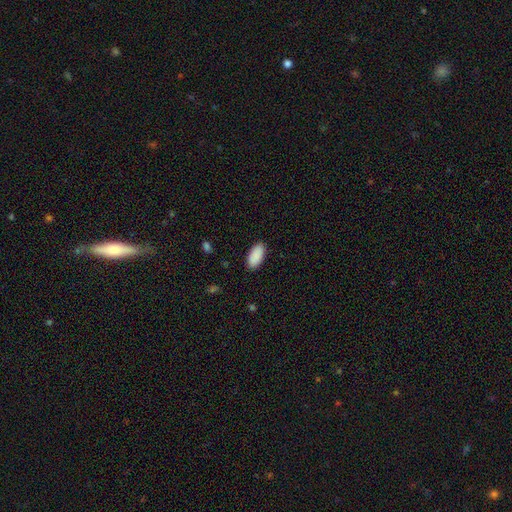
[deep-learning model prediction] A smooth galaxy with no disk features (91%) that is in between round and cigar-shaped (93%). Merging: none (89%).